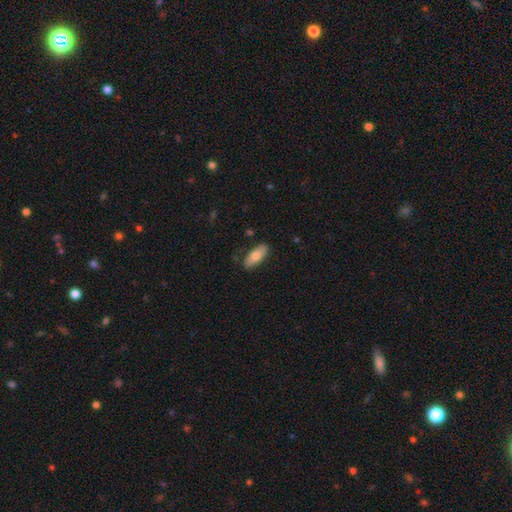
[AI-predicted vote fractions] A smooth galaxy with no disk features (70%) that is in between round and cigar-shaped (83%).

Vote fractions:
- Smooth or featured? smooth: 70% / featured or disk: 24% / star or artifact: 6%
- How rounded? in between: 83% / cigar-shaped: 15% / round: 3%
- Merging? none: 85% / minor disturbance: 11% / major disturbance: 2% / merger: 1%